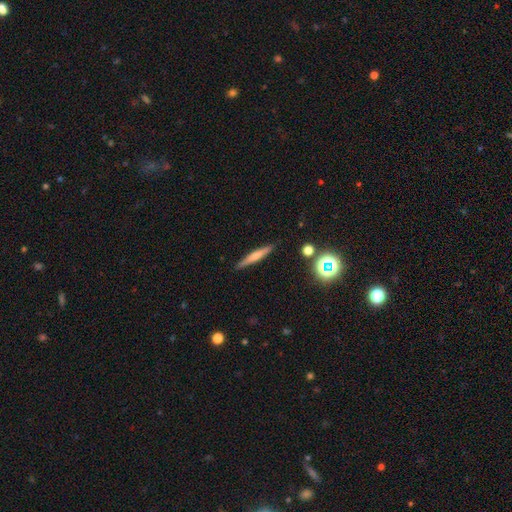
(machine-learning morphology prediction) A smooth galaxy with no disk features (54%) that is cigar-shaped (93%). Merging: none (89%).